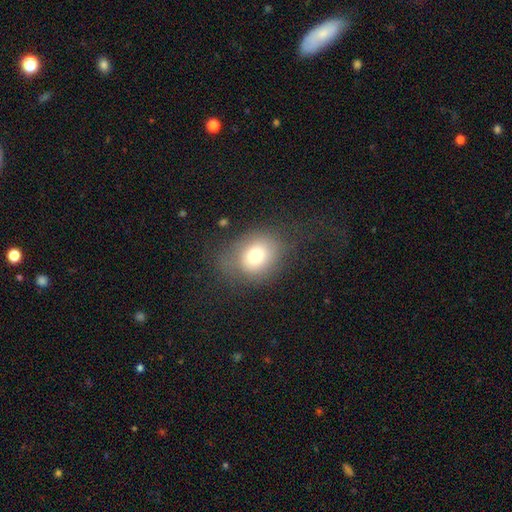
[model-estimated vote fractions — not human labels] This is likely a smooth galaxy (73%). How rounded: possibly round (53%). Merging: likely none (64%).